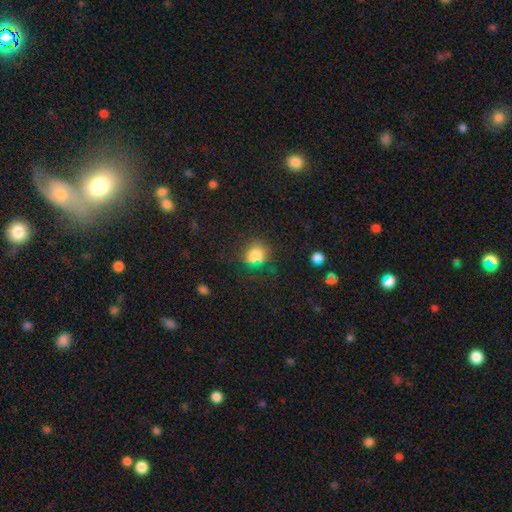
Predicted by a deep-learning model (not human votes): Smooth or featured: smooth — 77% (star or artifact — 17%)
How rounded: round — 80% (in between — 19%)
Merging: none — 74% (minor disturbance — 15%)